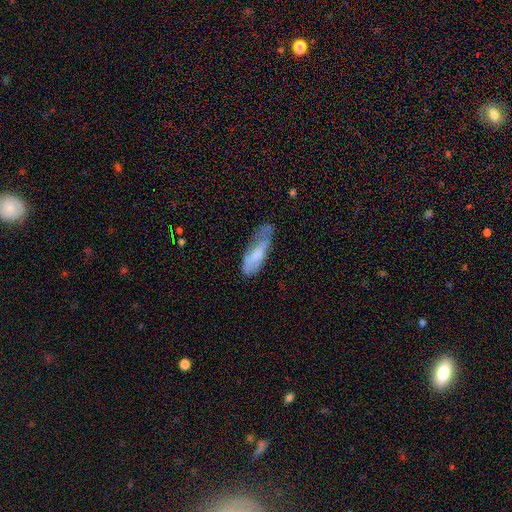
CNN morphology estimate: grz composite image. It shows a smooth galaxy with no disk features (63%) that is in between round and cigar-shaped (57%). Merging: none (36%, tied with minor disturbance).